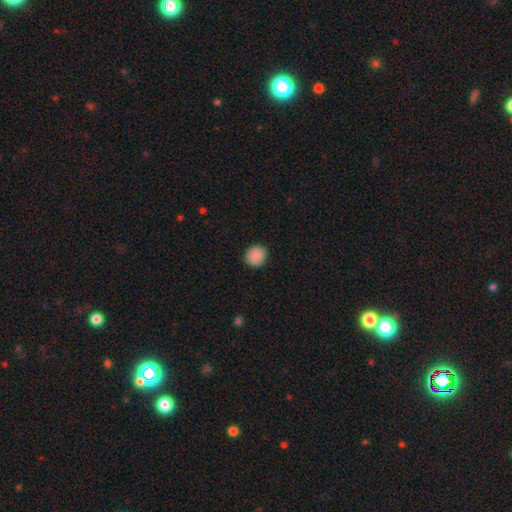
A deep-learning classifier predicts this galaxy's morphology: smooth_or_featured: smooth (p=0.89) [alt: star or artifact p=0.08]
how_rounded: round (p=0.86) [alt: in between p=0.13]
merging: none (p=0.90) [alt: minor disturbance p=0.07]